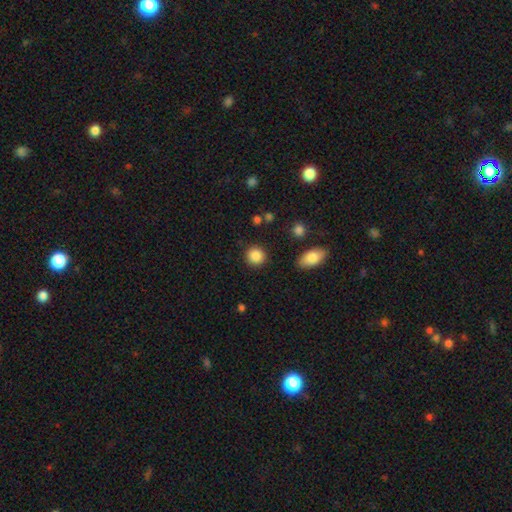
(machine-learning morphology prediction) Overall: smooth (87%). How rounded: round (89%). Merging: none (89%).